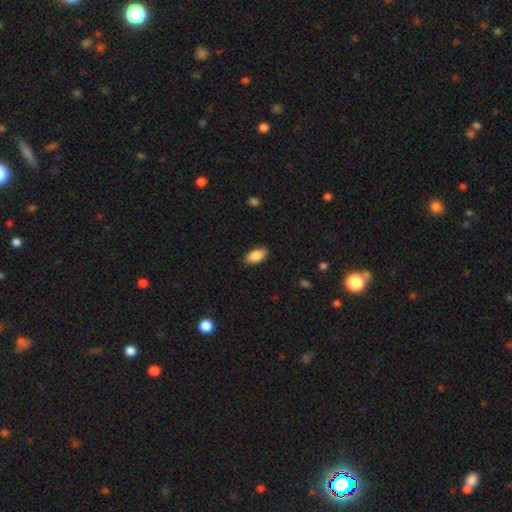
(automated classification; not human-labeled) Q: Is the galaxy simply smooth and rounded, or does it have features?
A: smooth — 87%.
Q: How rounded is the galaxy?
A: in between — 92%.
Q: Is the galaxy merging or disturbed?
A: none — 87%.